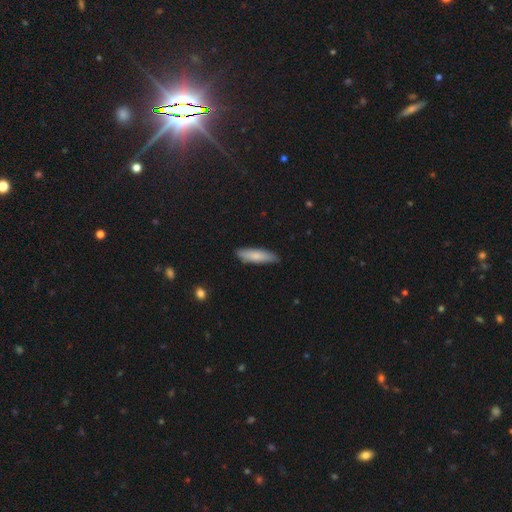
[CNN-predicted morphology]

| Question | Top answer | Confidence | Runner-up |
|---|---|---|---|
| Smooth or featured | smooth | 78% | featured or disk (16%) |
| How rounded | cigar-shaped | 66% | in between (33%) |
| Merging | none | 84% | minor disturbance (12%) |